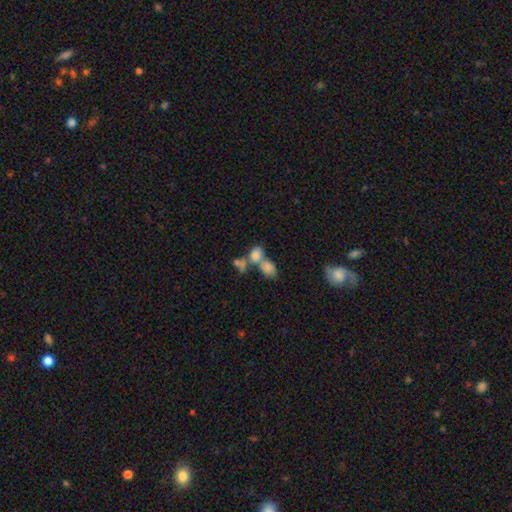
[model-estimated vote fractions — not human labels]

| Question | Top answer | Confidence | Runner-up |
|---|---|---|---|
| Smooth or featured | smooth | 74% | featured or disk (15%) |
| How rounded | in between | 76% | round (21%) |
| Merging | merger | 62% | none (24%) |